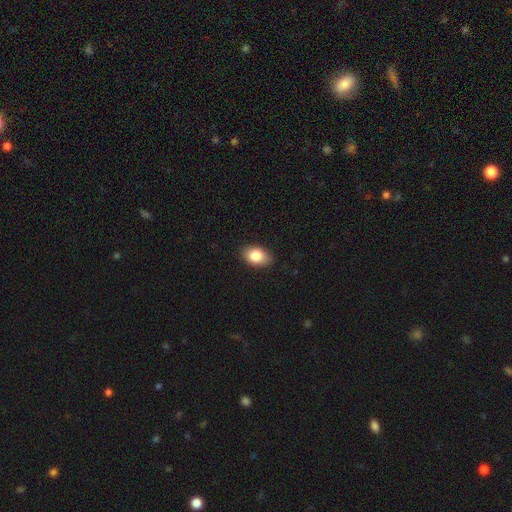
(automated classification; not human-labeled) Morphology: type=smooth (84%); roundness=in between (86%); merging=none (85%).